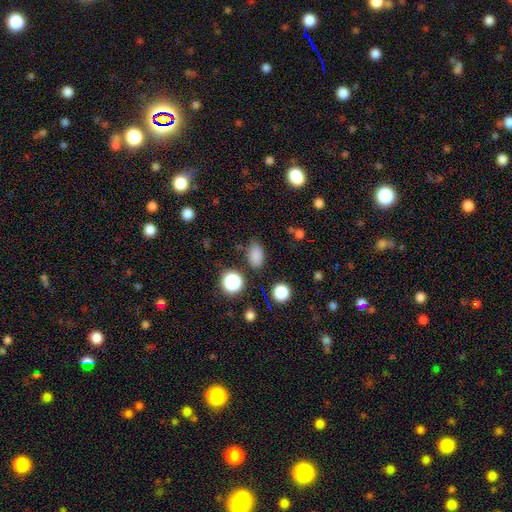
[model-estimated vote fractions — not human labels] Smooth or featured? smooth (81%)
How rounded? in between (84%)
Merging? none (78%)